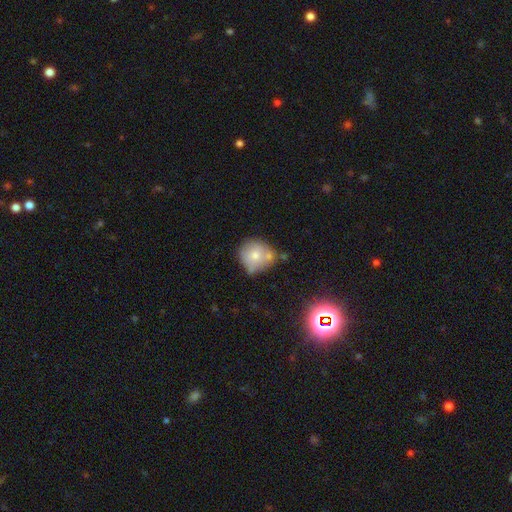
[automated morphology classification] Q: Smooth or featured?
A: smooth (69%); runner-up: featured or disk (22%)
Q: How rounded?
A: round (87%); runner-up: in between (12%)
Q: Merging?
A: none (46%); runner-up: merger (25%)